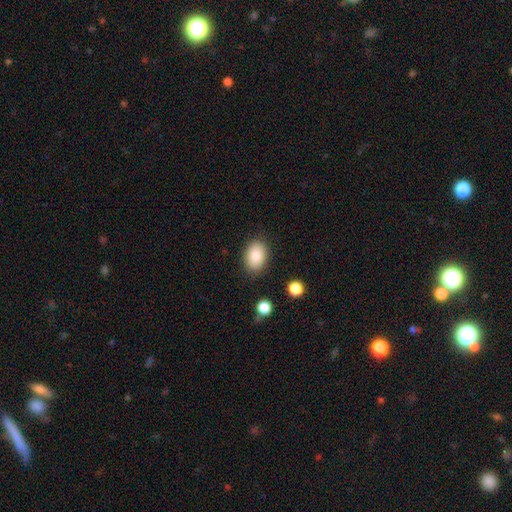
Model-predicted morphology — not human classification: This is clearly a smooth galaxy (85%). How rounded: likely in between (80%). Merging: clearly none (85%).